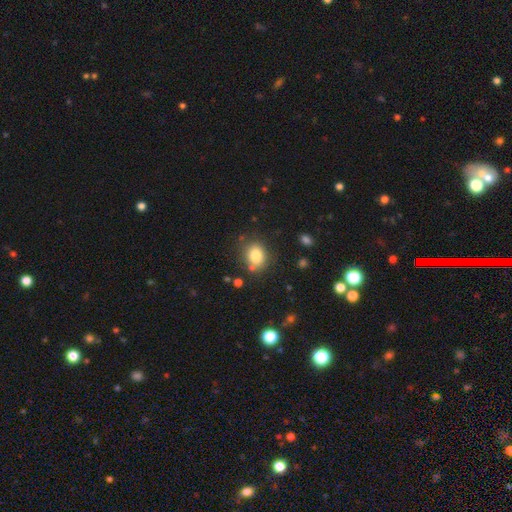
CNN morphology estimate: smooth 81%, star or artifact 10%, featured or disk 8%. Down the decision tree: how rounded — round (54%); merging — none (74%).